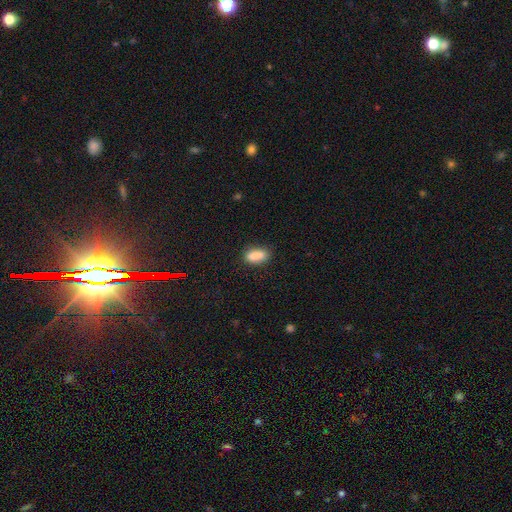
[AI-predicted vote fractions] Smooth or featured: smooth — 88% (star or artifact — 8%)
How rounded: in between — 80% (cigar-shaped — 16%)
Merging: none — 83% (minor disturbance — 13%)